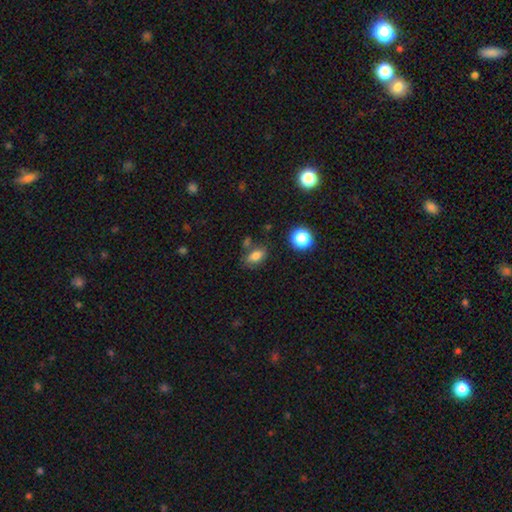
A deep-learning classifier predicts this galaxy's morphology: A smooth galaxy with no disk features (79%) that is in between round and cigar-shaped (82%).

Vote fractions:
- Smooth or featured? smooth: 79% / star or artifact: 12% / featured or disk: 9%
- How rounded? in between: 82% / round: 13% / cigar-shaped: 5%
- Merging? none: 70% / minor disturbance: 16% / merger: 9% / major disturbance: 5%